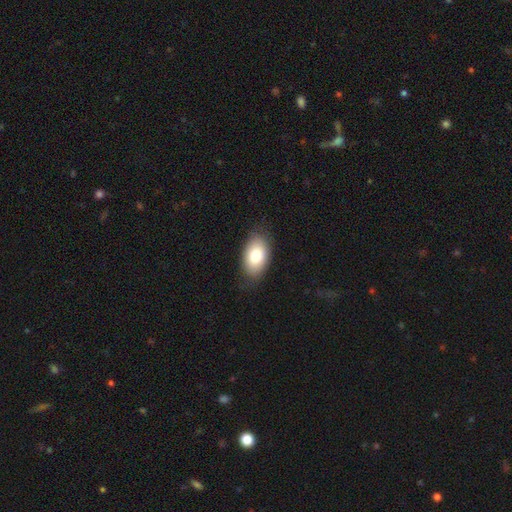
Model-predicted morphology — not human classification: Overall: smooth (81%). How rounded: in between (93%). Merging: none (83%).